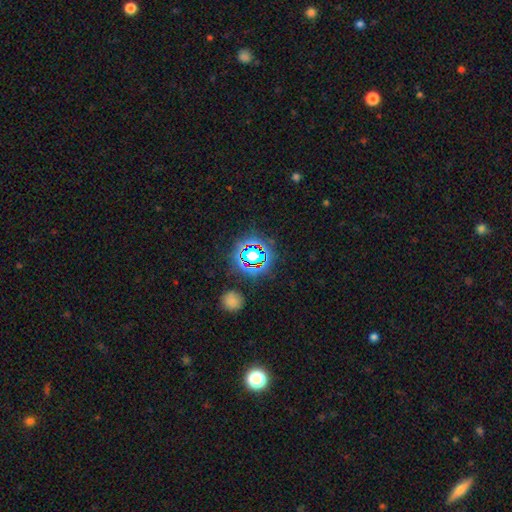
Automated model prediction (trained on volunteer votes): Overall: star or artifact (78%).